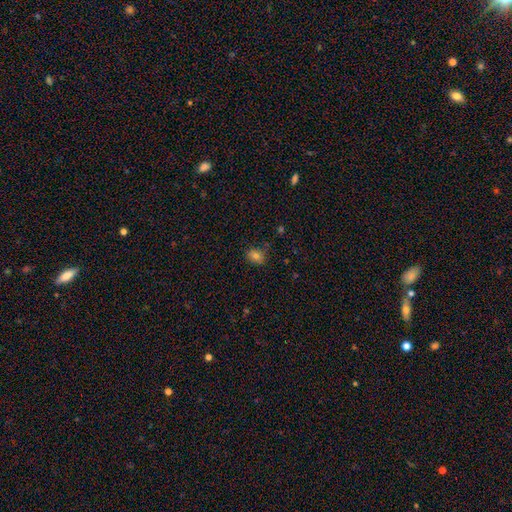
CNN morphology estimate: The model was most divided on "how rounded": in between: 52%, round: 47%, cigar-shaped: 1%. More confident: smooth or featured — smooth (80%); merging — none (71%).